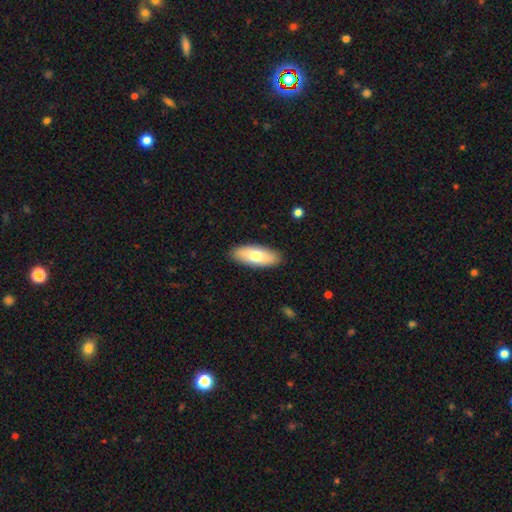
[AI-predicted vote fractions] smooth 72%, featured or disk 23%, star or artifact 5%. Down the decision tree: how rounded — in between (81%); merging — none (89%).